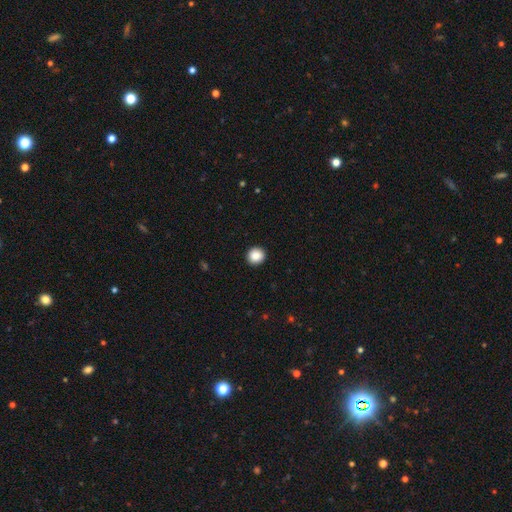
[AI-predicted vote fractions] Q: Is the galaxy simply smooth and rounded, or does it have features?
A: smooth — 88%.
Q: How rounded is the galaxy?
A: round — 91%.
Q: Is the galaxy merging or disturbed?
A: none — 93%.